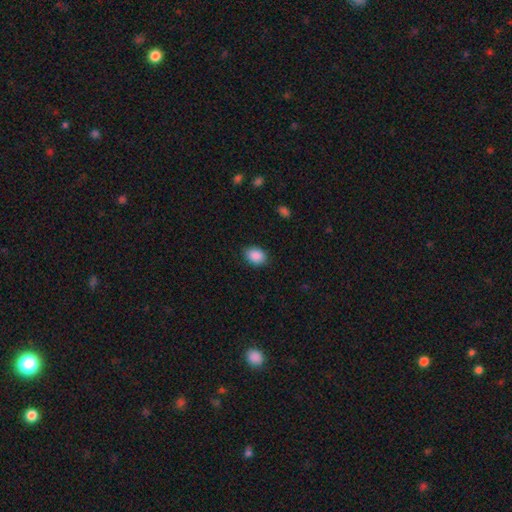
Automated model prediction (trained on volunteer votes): The model was most divided on "how rounded": in between: 72%, round: 27%, cigar-shaped: 1%. More confident: smooth or featured — smooth (89%); merging — none (87%).